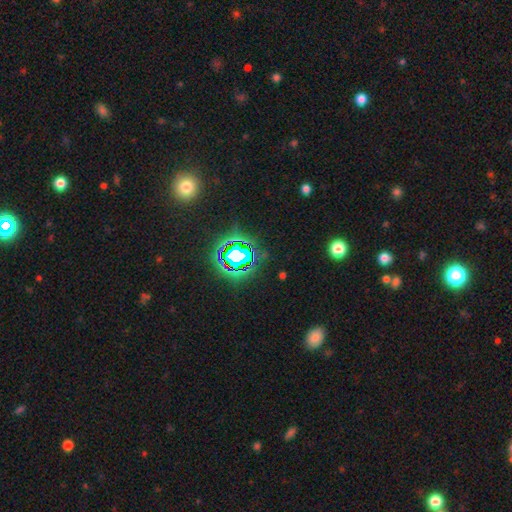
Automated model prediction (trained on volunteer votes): This appears to be a star or artifact, not a galaxy (78%).